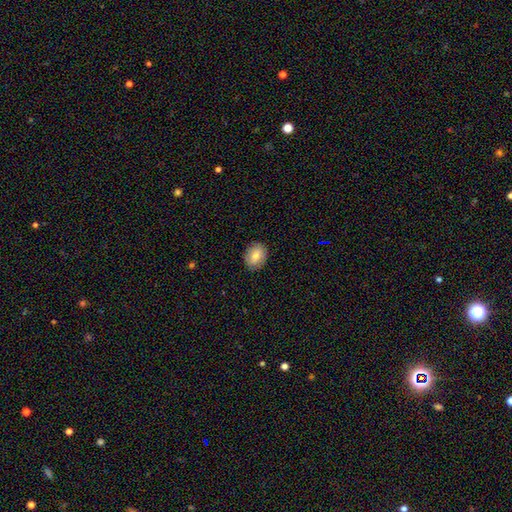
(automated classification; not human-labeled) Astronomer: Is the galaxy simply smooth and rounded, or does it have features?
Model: smooth — 75%.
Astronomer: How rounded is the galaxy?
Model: in between — 57% (runner-up: round, 42%).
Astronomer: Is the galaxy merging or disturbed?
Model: none — 86%.